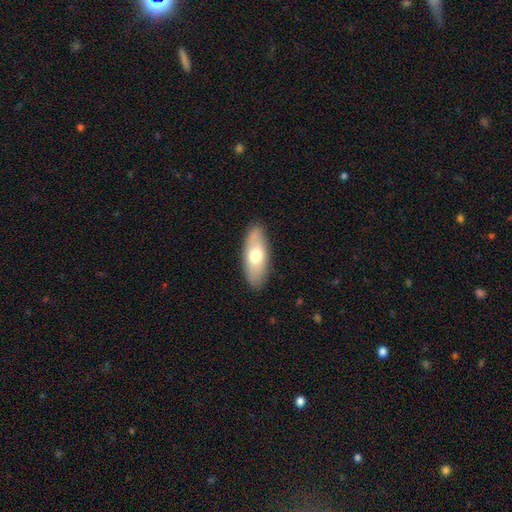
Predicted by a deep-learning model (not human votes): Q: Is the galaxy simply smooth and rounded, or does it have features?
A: smooth — 66%.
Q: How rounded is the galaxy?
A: in between — 76%.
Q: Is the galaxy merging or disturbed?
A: none — 87%.